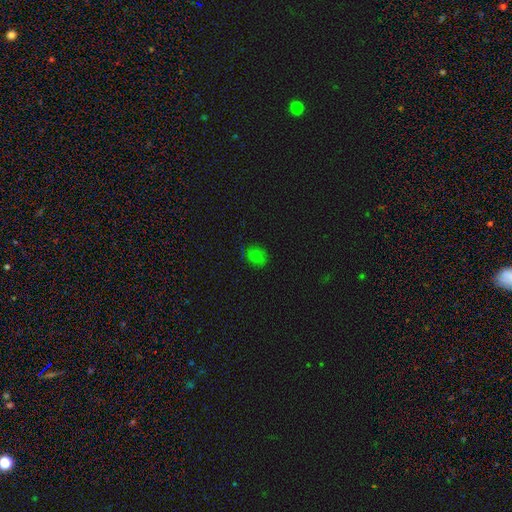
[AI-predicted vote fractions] A smooth galaxy with no disk features (71%) that is in between round and cigar-shaped (51%).

Vote fractions:
- Smooth or featured? smooth: 71% / star or artifact: 23% / featured or disk: 6%
- How rounded? in between: 51% / round: 47% / cigar-shaped: 1%
- Merging? none: 79% / minor disturbance: 15% / major disturbance: 4% / merger: 1%